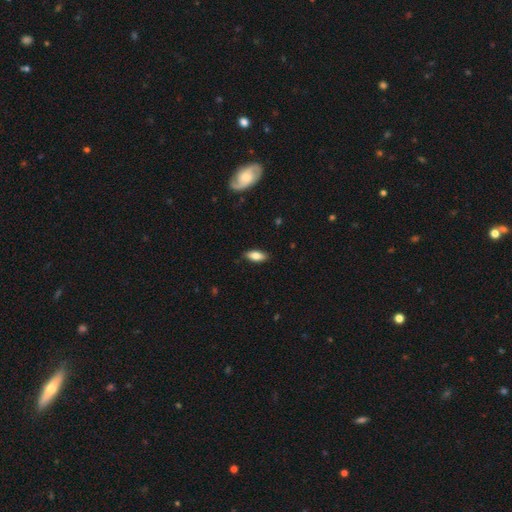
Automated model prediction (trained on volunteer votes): smooth 80%, featured or disk 13%, star or artifact 7%. Down the decision tree: how rounded — in between (85%); merging — none (85%).